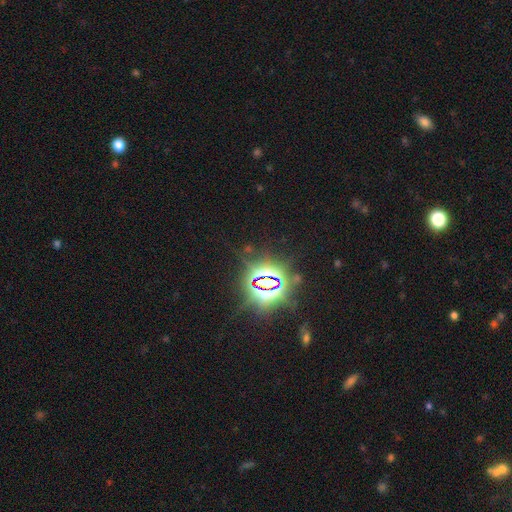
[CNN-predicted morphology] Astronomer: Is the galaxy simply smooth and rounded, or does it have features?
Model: star or artifact — 85%.